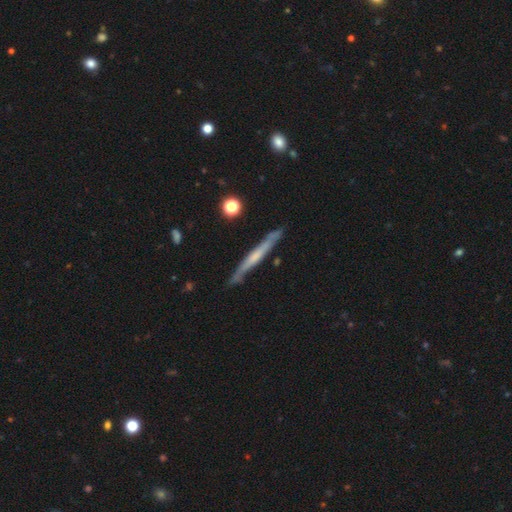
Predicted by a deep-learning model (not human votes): Smooth or featured? featured or disk (61%)
Edge-on disk? yes (92%)
Edge-on bulge? none (62%)
Merging? none (81%)